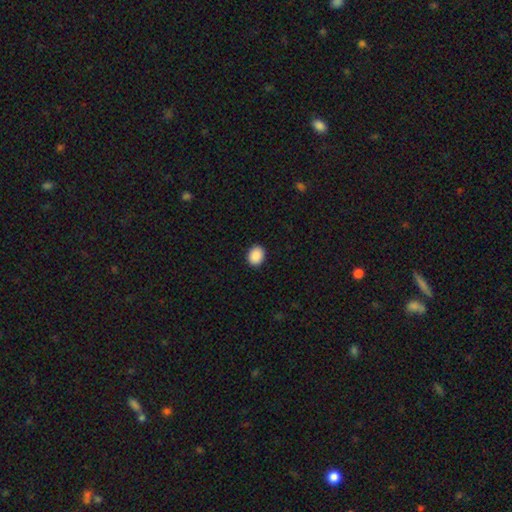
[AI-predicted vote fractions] Smooth or featured?
  - smooth: 90% *
  - star or artifact: 8%
  - featured or disk: 2%
How rounded?
  - round: 52% *
  - in between: 48%
  - cigar-shaped: 1%
Merging?
  - none: 91% *
  - minor disturbance: 6%
  - major disturbance: 2%
  - merger: 1%